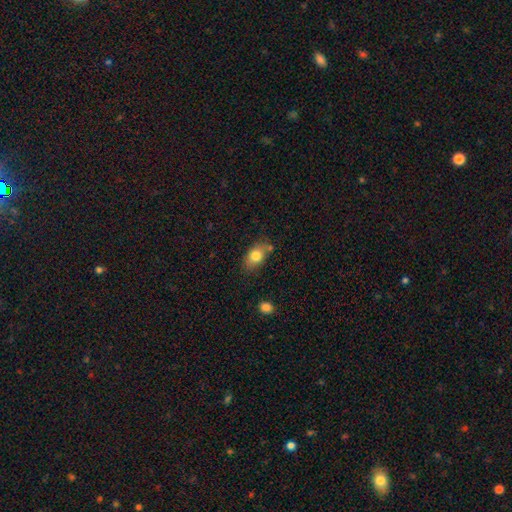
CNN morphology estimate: Smooth or featured? smooth (79%)
How rounded? in between (83%)
Merging? none (71%)